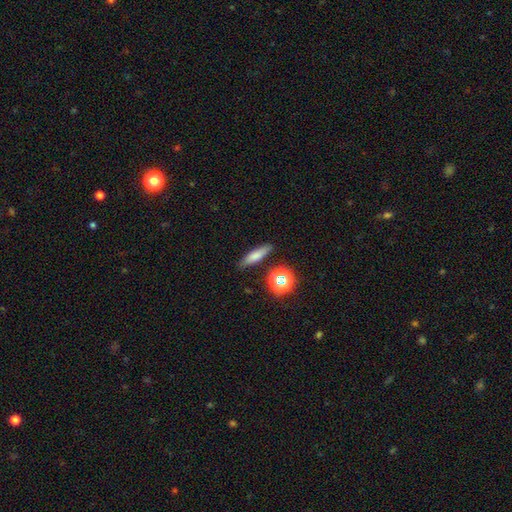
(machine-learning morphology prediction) Smooth or featured? smooth (71%)
How rounded? cigar-shaped (69%)
Merging? none (83%)